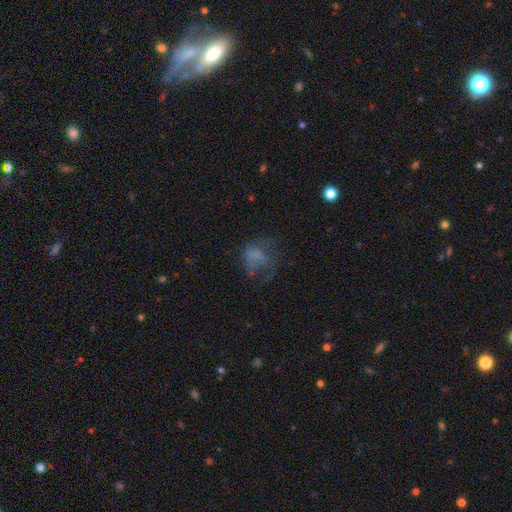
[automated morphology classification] A smooth galaxy with no disk features (54%) that is in between round and cigar-shaped (51%).

Vote fractions:
- Smooth or featured? smooth: 54% / featured or disk: 27% / star or artifact: 18%
- How rounded? in between: 51% / round: 47% / cigar-shaped: 1%
- Merging? major disturbance: 42% / none: 35% / minor disturbance: 20% / merger: 3%